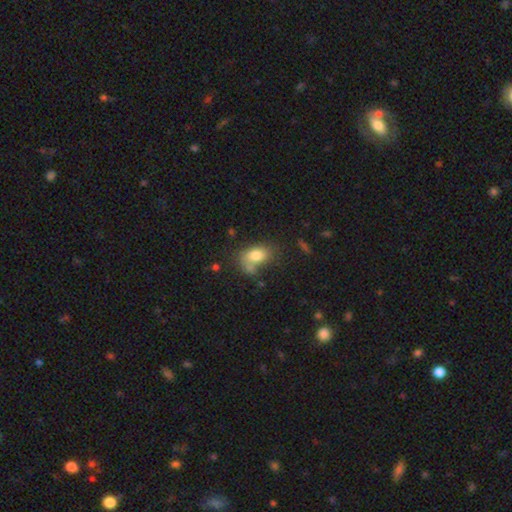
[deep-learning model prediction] Overall: smooth (78%). How rounded: in between (82%). Merging: none (44%; minor disturbance 22%).